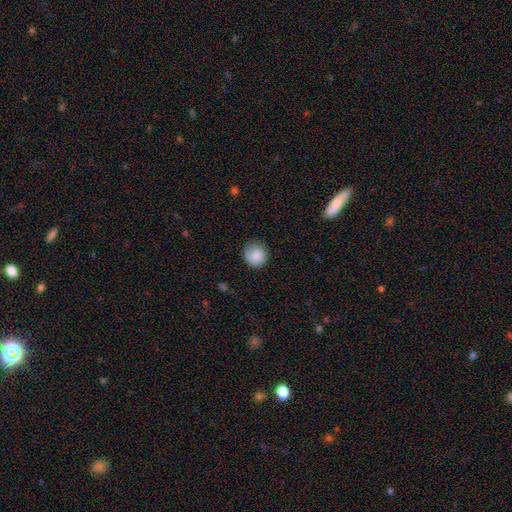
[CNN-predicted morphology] Smooth or featured? smooth (85%)
How rounded? round (89%)
Merging? none (78%)